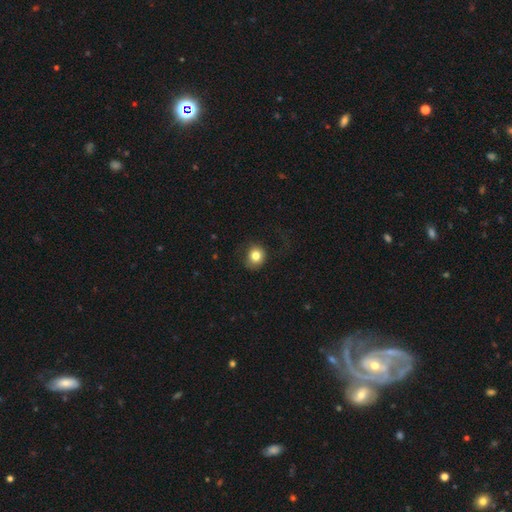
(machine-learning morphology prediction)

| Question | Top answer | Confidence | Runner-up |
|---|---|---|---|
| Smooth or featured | smooth | 81% | star or artifact (10%) |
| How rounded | round | 80% | in between (19%) |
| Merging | none | 76% | minor disturbance (15%) |